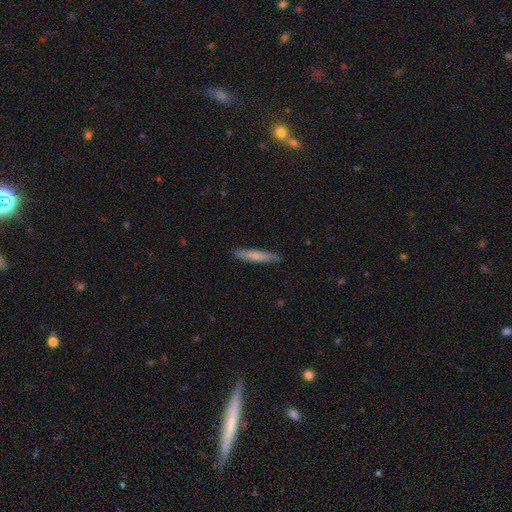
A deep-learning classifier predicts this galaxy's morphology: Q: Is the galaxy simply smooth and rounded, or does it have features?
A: smooth — 73%.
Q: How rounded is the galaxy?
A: cigar-shaped — 92%.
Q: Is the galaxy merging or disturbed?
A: none — 87%.